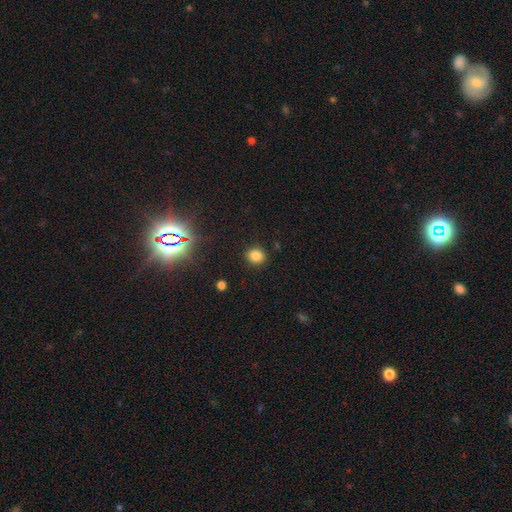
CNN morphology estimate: A smooth galaxy with no disk features (81%) that is round (72%).

Vote fractions:
- Smooth or featured? smooth: 81% / star or artifact: 14% / featured or disk: 5%
- How rounded? round: 72% / in between: 27% / cigar-shaped: 1%
- Merging? none: 89% / minor disturbance: 7% / major disturbance: 3% / merger: 1%